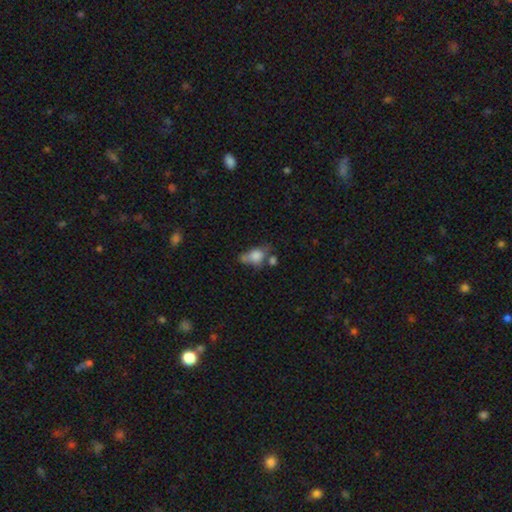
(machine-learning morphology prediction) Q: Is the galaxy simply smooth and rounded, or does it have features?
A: smooth — 70%.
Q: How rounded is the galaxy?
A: in between — 64%.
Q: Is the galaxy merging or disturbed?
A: merger — 30%.